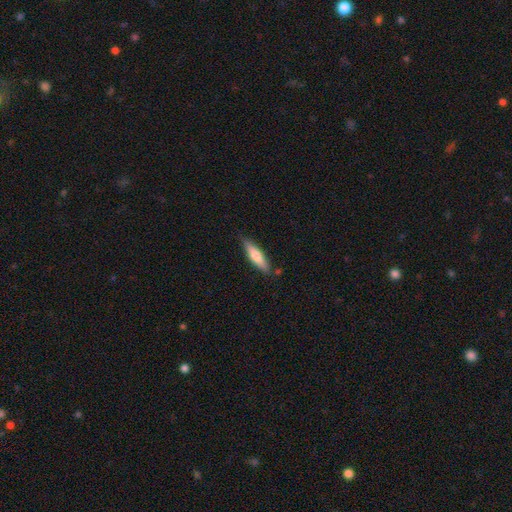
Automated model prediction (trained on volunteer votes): Overall: smooth (66%; featured or disk 28%). How rounded: cigar-shaped (73%). Merging: none (81%).